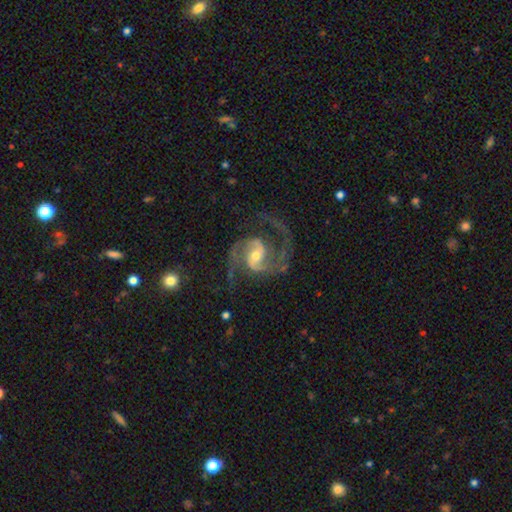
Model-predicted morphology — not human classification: This appears to be a featured or disk galaxy (93%) with a weak bar (45%), 2 (86%) medium (62%) spiral arms (98%) and a moderate central bulge (53%). Merging: none (68%).